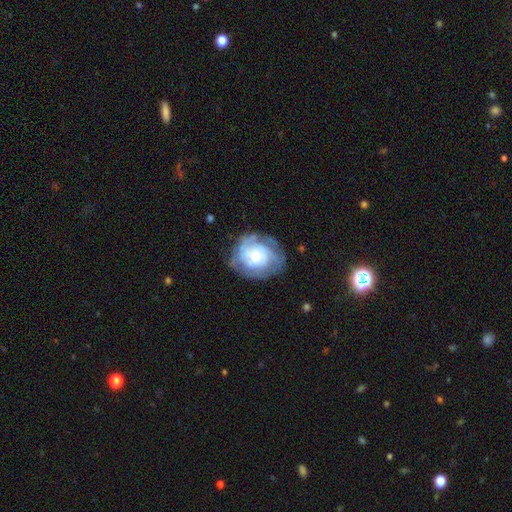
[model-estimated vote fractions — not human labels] Smooth or featured? Predicted: featured or disk (p=0.72). Edge-on disk? Predicted: no (p=0.98). Bar? Predicted: no (p=0.74). Spiral arms? Predicted: yes (p=0.87). Spiral winding? Predicted: tight (p=0.60). Spiral arm count? Predicted: can't tell (p=0.42). Bulge size? Predicted: small (p=0.64). Merging? Predicted: none (p=0.68).